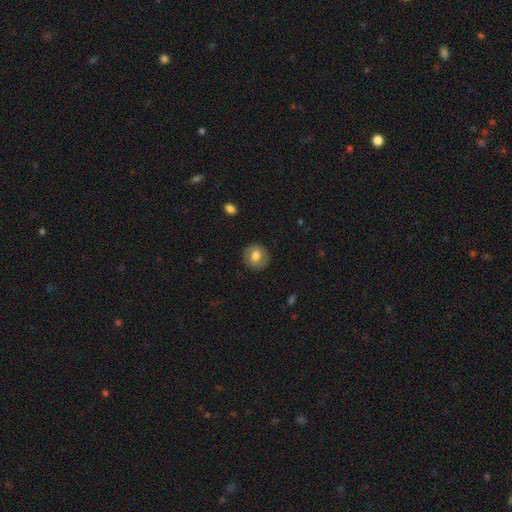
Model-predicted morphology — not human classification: Smooth or featured? smooth (73%)
How rounded? round (87%)
Merging? none (87%)